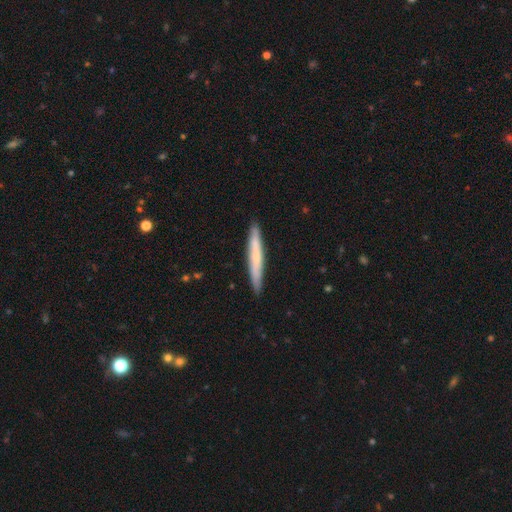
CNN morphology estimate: Smooth or featured? Predicted: smooth (p=0.59). How rounded? Predicted: cigar-shaped (p=0.96). Merging? Predicted: none (p=0.90).